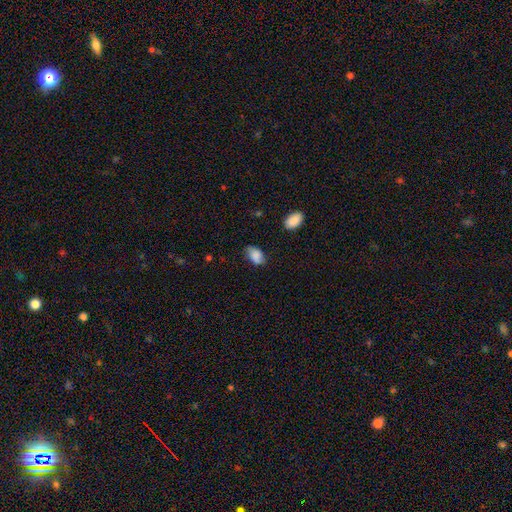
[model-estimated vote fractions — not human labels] Smooth or featured: smooth — 78% (featured or disk — 14%)
How rounded: in between — 91% (round — 8%)
Merging: none — 66% (minor disturbance — 26%)